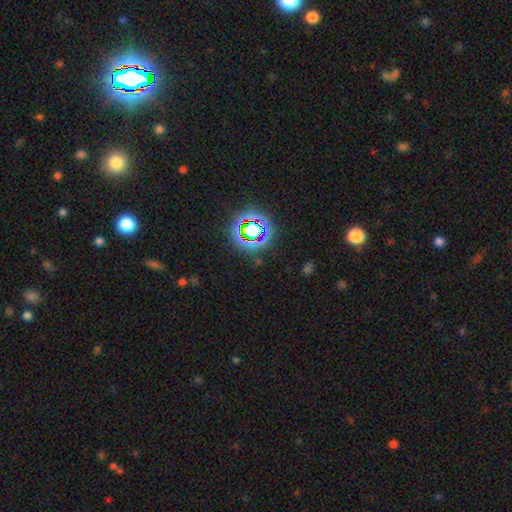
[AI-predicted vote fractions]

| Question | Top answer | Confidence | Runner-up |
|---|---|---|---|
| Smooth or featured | star or artifact | 75% | smooth (16%) |